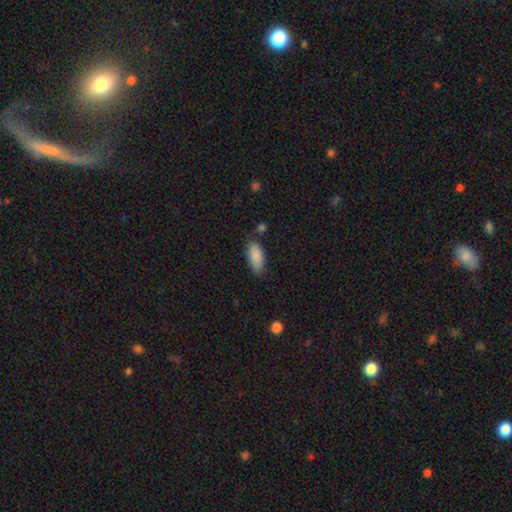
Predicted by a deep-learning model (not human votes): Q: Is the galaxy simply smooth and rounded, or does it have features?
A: smooth — 88%.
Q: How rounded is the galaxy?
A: in between — 86%.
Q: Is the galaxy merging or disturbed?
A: none — 67%.